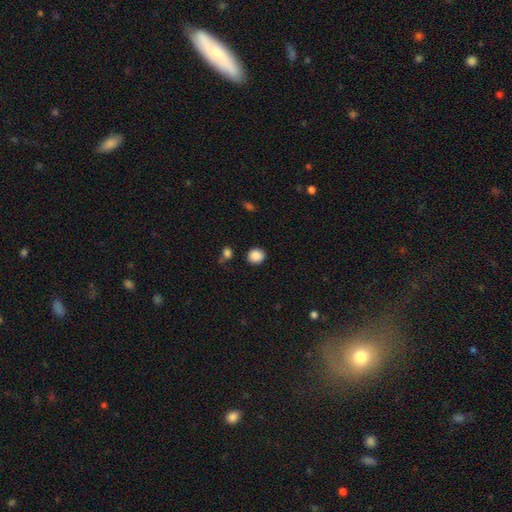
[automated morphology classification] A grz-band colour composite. It shows a smooth galaxy with no disk features (88%) that is round (80%). Merging: none (86%).